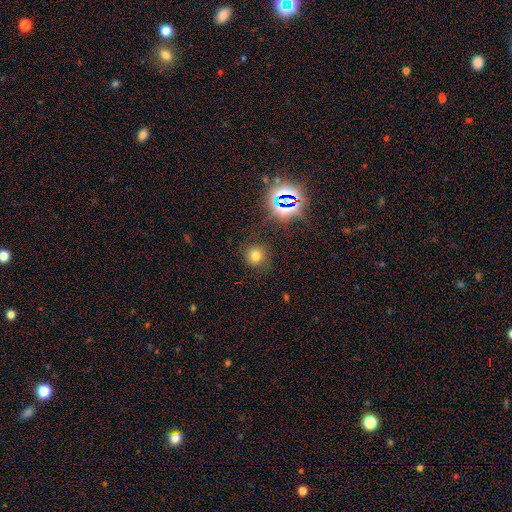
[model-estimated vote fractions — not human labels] This appears to be a smooth galaxy with no disk features (68%) that is round (87%). Merging: none (82%).